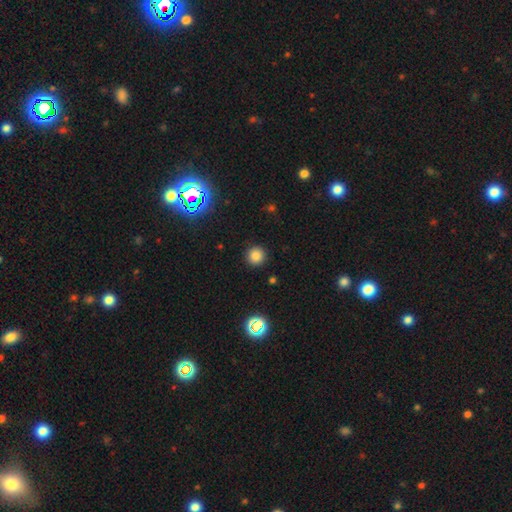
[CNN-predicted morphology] Smooth or featured: smooth — 81% (star or artifact — 14%)
How rounded: round — 95% (in between — 4%)
Merging: none — 91% (minor disturbance — 6%)